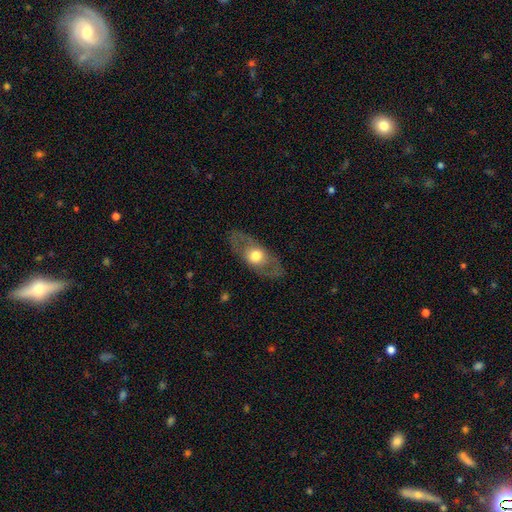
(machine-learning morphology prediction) Overall: featured or disk (50%; smooth 44%). Edge-on disk: no (76%). Merging: none (81%).